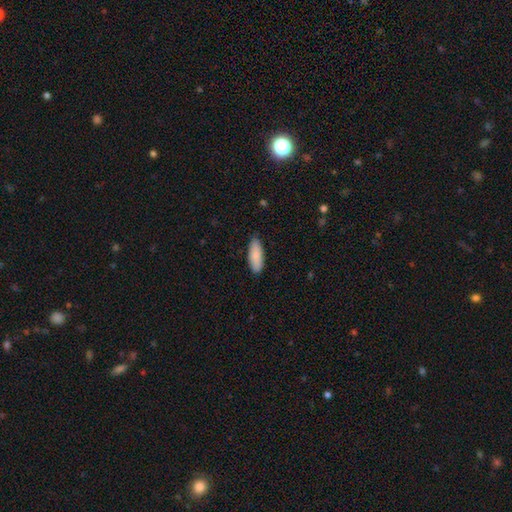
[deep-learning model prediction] Overall: smooth (88%). How rounded: in between (71%). Merging: none (86%).